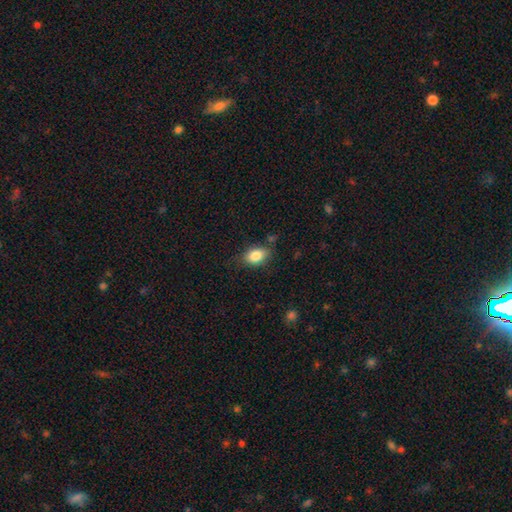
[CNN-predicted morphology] A smooth galaxy with no disk features (86%) that is in between round and cigar-shaped (85%). Merging: none (78%).